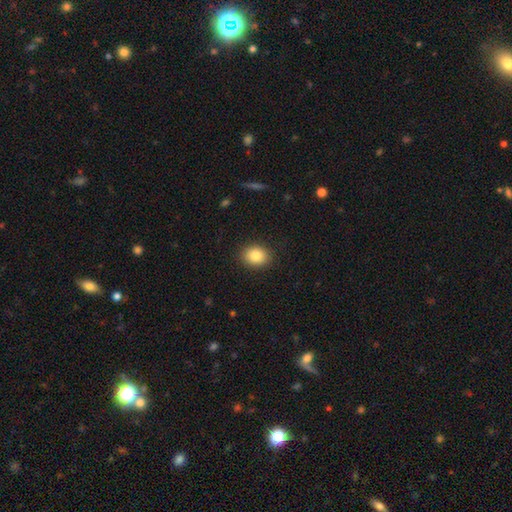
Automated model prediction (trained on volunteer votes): Smooth or featured? Predicted: smooth (p=0.84). How rounded? Predicted: round (p=0.54). Merging? Predicted: none (p=0.89).